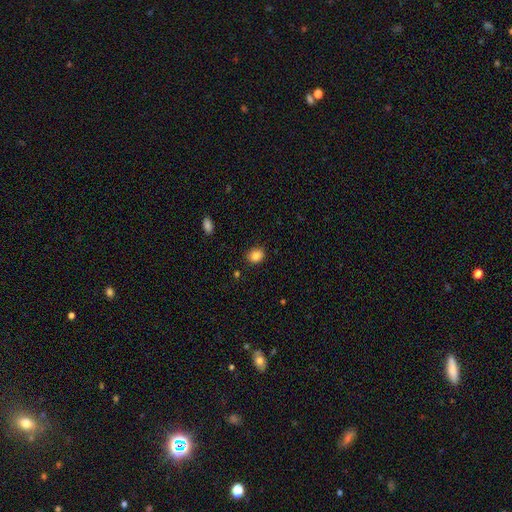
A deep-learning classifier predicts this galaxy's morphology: type=smooth (85%); roundness=round (61%); merging=none (87%).